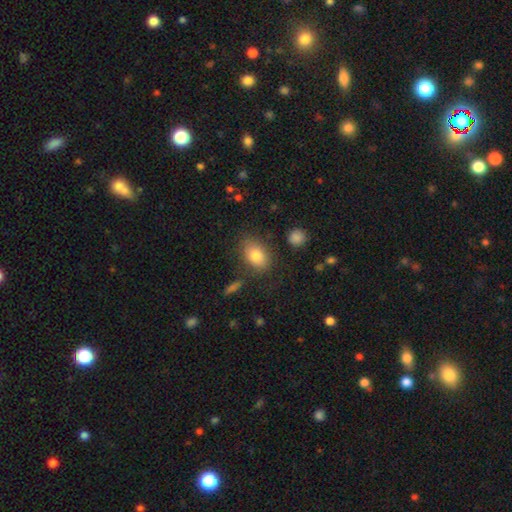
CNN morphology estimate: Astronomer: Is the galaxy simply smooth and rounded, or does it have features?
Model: smooth — 80%.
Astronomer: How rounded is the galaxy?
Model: in between — 75%.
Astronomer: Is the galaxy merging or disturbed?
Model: none — 76%.